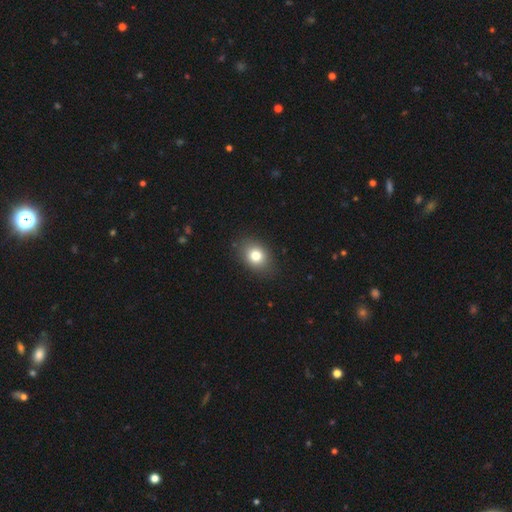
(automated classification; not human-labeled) Smooth or featured? Predicted: smooth (p=0.79). How rounded? Predicted: in between (p=0.61). Merging? Predicted: none (p=0.86).